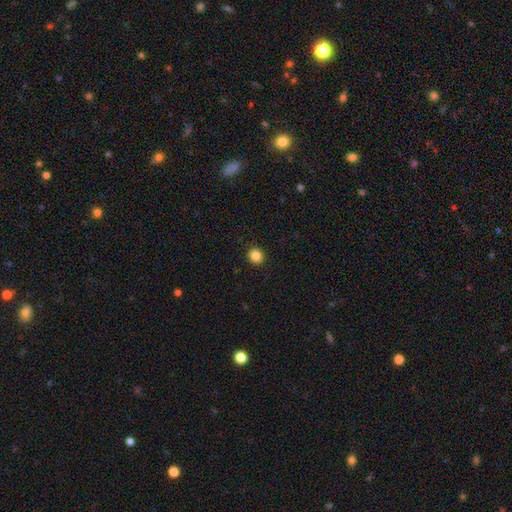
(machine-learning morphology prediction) This is clearly a smooth galaxy (86%). How rounded: clearly round (89%). Merging: clearly none (93%).